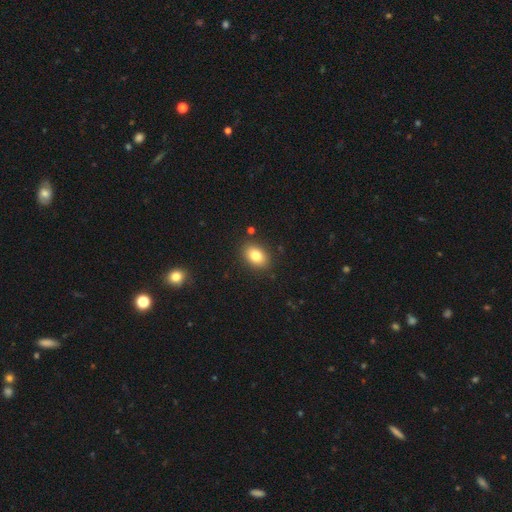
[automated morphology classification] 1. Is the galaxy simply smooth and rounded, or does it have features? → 80% smooth, 10% featured or disk, 10% star or artifact.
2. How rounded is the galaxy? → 77% in between, 22% round, 1% cigar-shaped.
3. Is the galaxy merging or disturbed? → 87% none, 9% minor disturbance, 2% major disturbance, 2% merger.